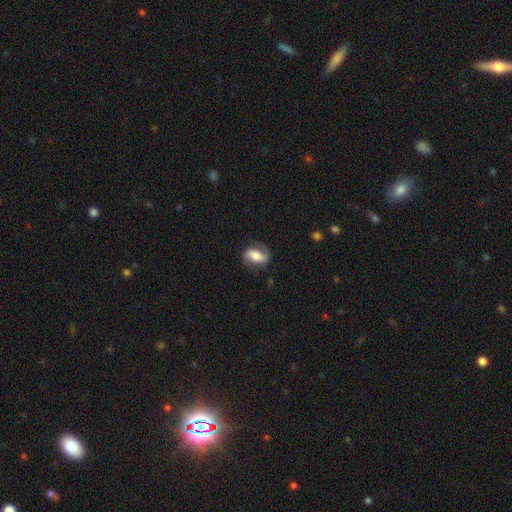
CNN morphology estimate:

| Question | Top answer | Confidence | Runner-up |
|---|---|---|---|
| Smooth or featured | featured or disk | 61% | smooth (32%) |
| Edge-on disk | no | 95% | yes (5%) |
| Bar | strong | 36% | weak (33%) |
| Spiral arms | yes | 88% | no (12%) |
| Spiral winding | medium | 40% | loose (38%) |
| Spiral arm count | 2 | 88% | can't tell (5%) |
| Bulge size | moderate | 46% | large (27%) |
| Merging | none | 76% | minor disturbance (16%) |